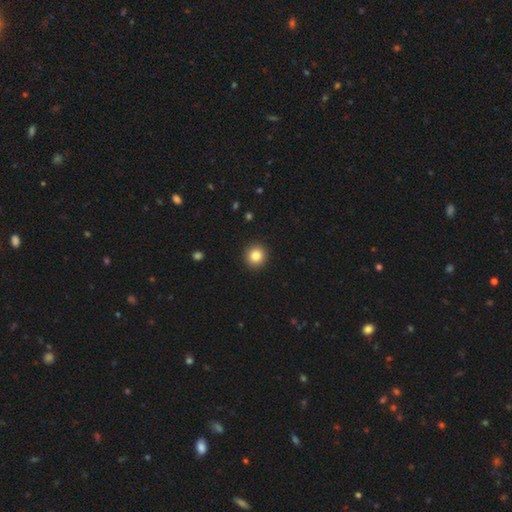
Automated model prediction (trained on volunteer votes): A smooth galaxy with no disk features (85%) that is round (92%).

Vote fractions:
- Smooth or featured? smooth: 85% / star or artifact: 10% / featured or disk: 5%
- How rounded? round: 92% / in between: 7% / cigar-shaped: 1%
- Merging? none: 93% / minor disturbance: 5% / major disturbance: 2% / merger: 1%